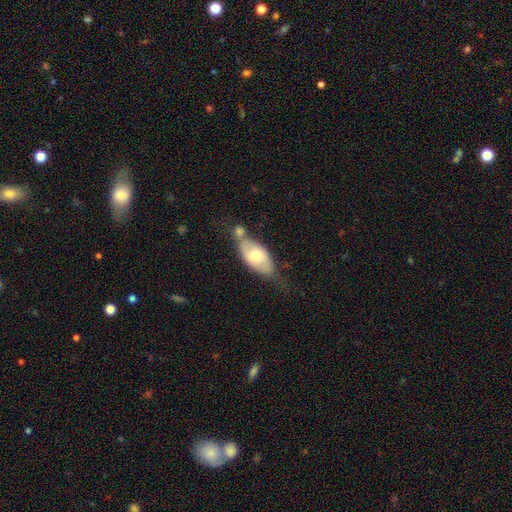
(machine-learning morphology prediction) Smooth or featured? Predicted: smooth (p=0.61). How rounded? Predicted: in between (p=0.88). Merging? Predicted: none (p=0.38).